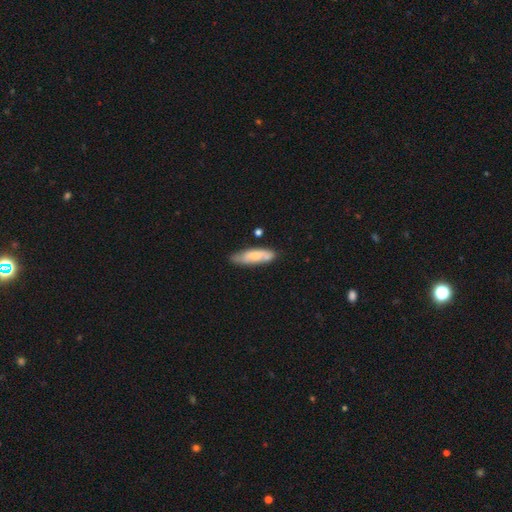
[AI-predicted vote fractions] The model was most divided on "how rounded": cigar-shaped: 58%, in between: 41%, round: 2%. More confident: merging — none (69%); smooth or featured — smooth (62%).